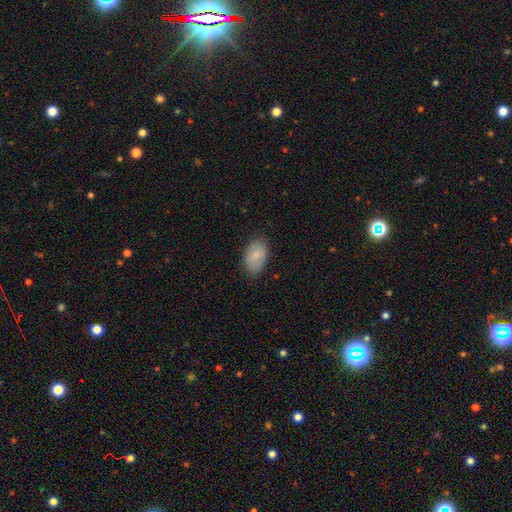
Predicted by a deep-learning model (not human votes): Smooth or featured? Predicted: smooth (p=0.84). How rounded? Predicted: in between (p=0.93). Merging? Predicted: none (p=0.81).